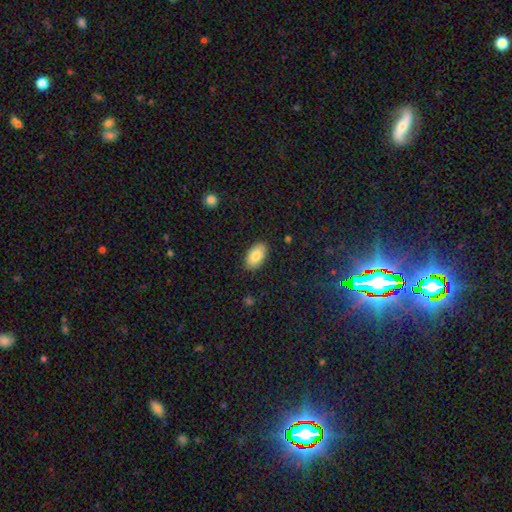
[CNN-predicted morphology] This is clearly a smooth galaxy (83%). How rounded: clearly in between (94%). Merging: clearly none (88%).